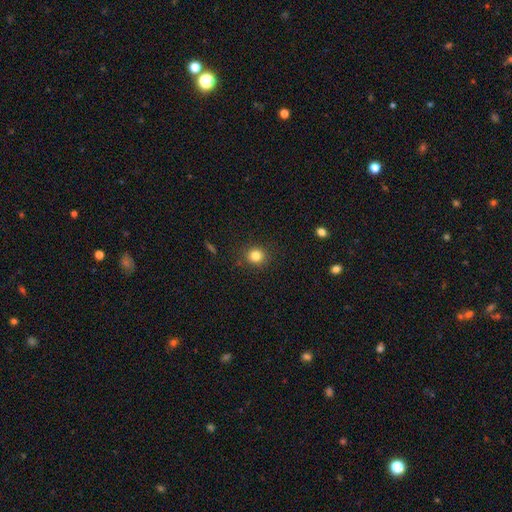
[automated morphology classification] Q: Smooth or featured?
A: smooth (82%); runner-up: star or artifact (12%)
Q: How rounded?
A: round (86%); runner-up: in between (13%)
Q: Merging?
A: none (88%); runner-up: minor disturbance (8%)